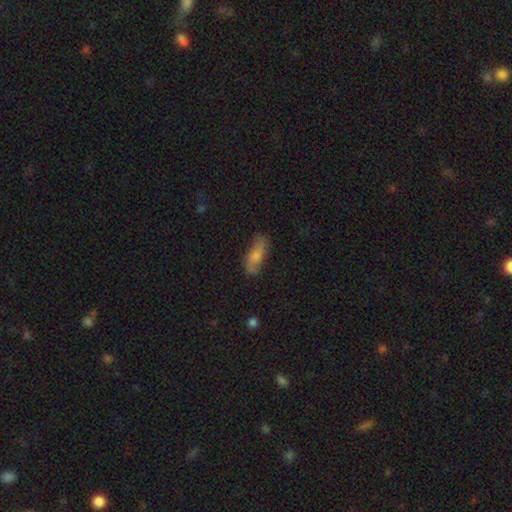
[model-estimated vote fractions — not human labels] Smooth or featured? Predicted: smooth (p=0.58). How rounded? Predicted: in between (p=0.64). Merging? Predicted: none (p=0.75).